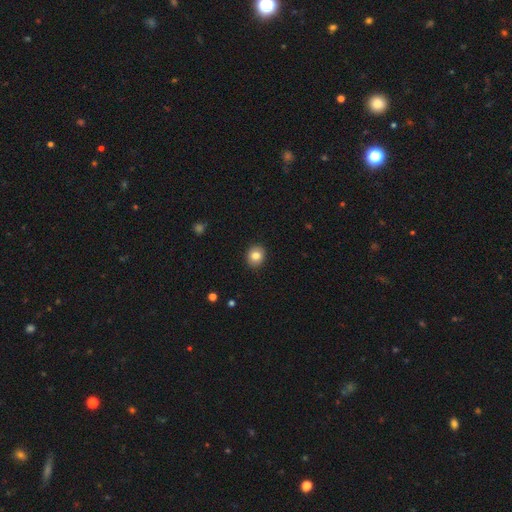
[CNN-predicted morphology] This appears to be a smooth galaxy with no disk features (82%) that is round (76%). Merging: none (91%).